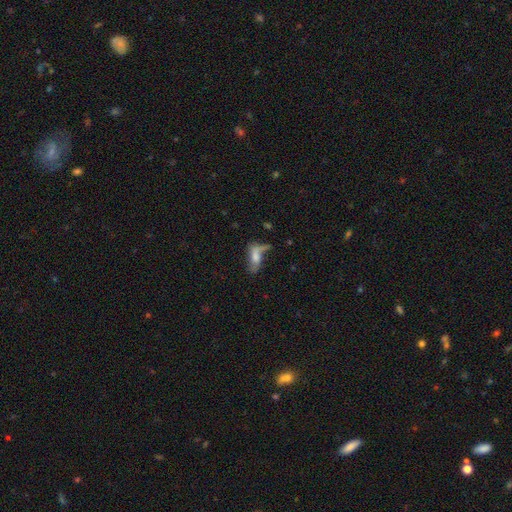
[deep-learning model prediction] This appears to be a smooth galaxy with no disk features (50%). Merging: none (36%).